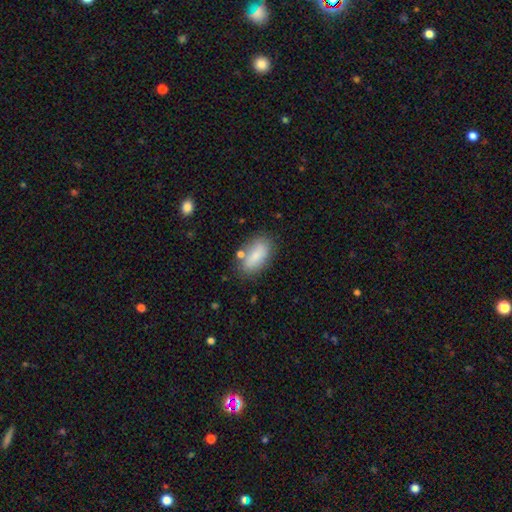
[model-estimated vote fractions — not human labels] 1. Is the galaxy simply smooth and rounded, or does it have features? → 81% smooth, 12% featured or disk, 7% star or artifact.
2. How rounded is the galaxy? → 88% in between, 9% cigar-shaped, 4% round.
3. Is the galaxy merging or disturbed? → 70% none, 17% minor disturbance, 8% merger, 5% major disturbance.